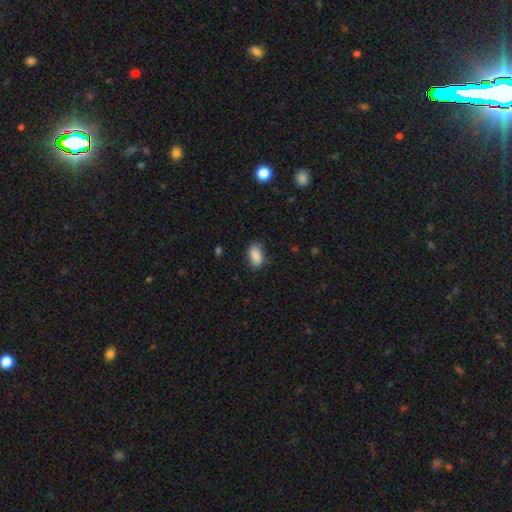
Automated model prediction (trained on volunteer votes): smooth-or-featured: smooth: 86% | star or artifact: 7% | featured or disk: 7%
  how-rounded: in between: 90% | round: 8% | cigar-shaped: 2%
  merging: none: 76% | minor disturbance: 19% | major disturbance: 4% | merger: 1%